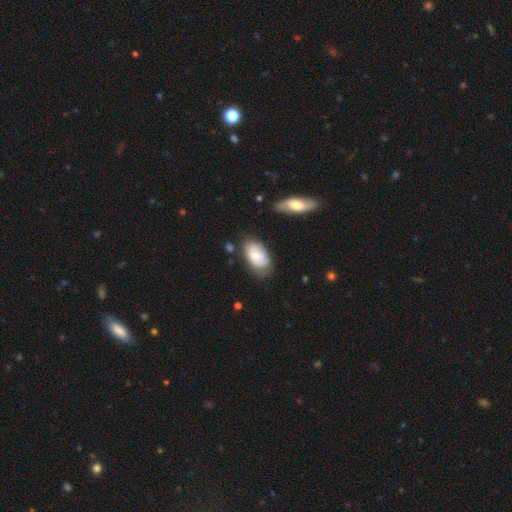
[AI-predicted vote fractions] This is likely a smooth galaxy (68%). How rounded: clearly in between (94%). Merging: likely none (70%).